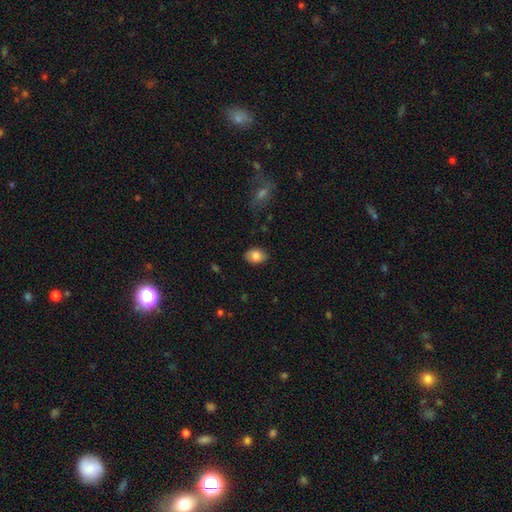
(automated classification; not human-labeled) A smooth galaxy with no disk features (83%) that is in between round and cigar-shaped (76%). Merging: none (84%).